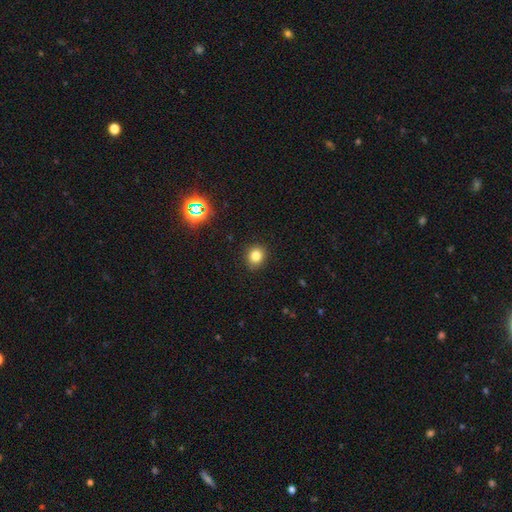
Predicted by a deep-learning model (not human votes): A smooth galaxy with no disk features (80%) that is round (72%). Merging: none (89%).